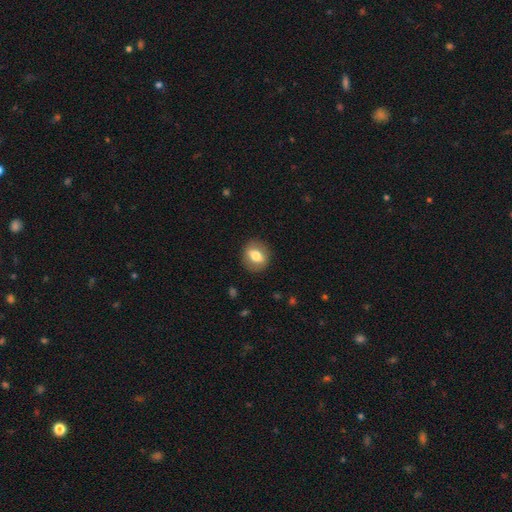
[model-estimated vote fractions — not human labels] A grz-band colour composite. It shows a smooth galaxy with no disk features (64%) that is round (56%). Merging: none (87%).